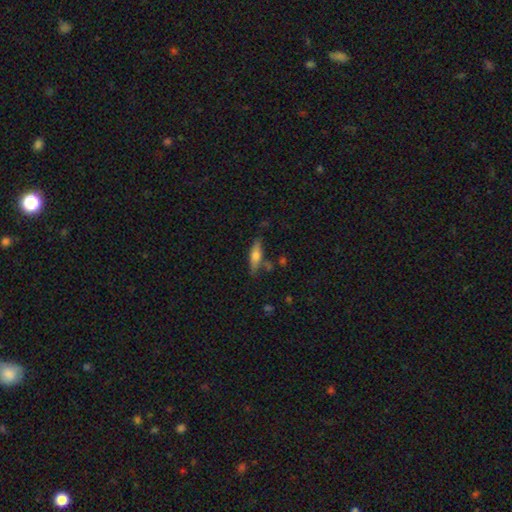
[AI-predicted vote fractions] The model was most divided on "smooth or featured": smooth: 55%, featured or disk: 37%, star or artifact: 7%. More confident: merging — none (70%); how rounded — cigar-shaped (59%).